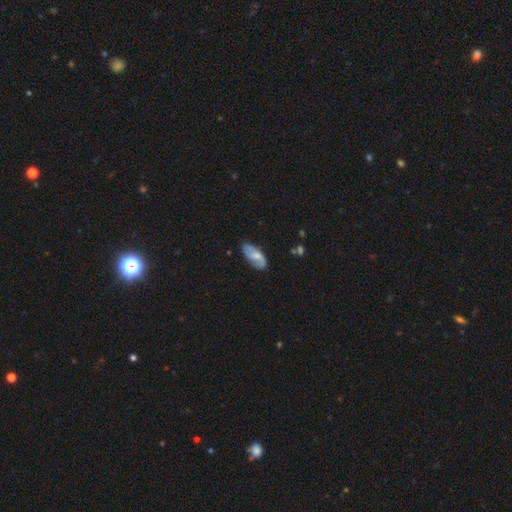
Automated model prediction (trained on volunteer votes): Overall: featured or disk (52%; smooth 42%). Edge-on disk: no (91%). Merging: none (68%).